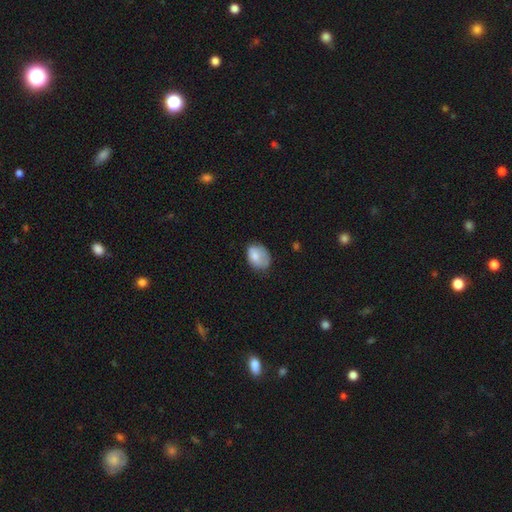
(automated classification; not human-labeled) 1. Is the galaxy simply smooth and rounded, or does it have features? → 74% smooth, 18% featured or disk, 8% star or artifact.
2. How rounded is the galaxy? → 78% in between, 21% round, 1% cigar-shaped.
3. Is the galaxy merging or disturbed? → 52% none, 33% minor disturbance, 13% major disturbance, 2% merger.